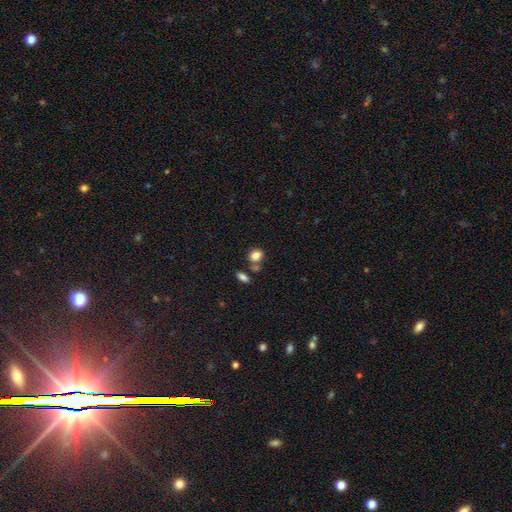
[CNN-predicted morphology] Overall: smooth (83%). How rounded: round (57%; in between 41%). Merging: none (59%; merger 25%).